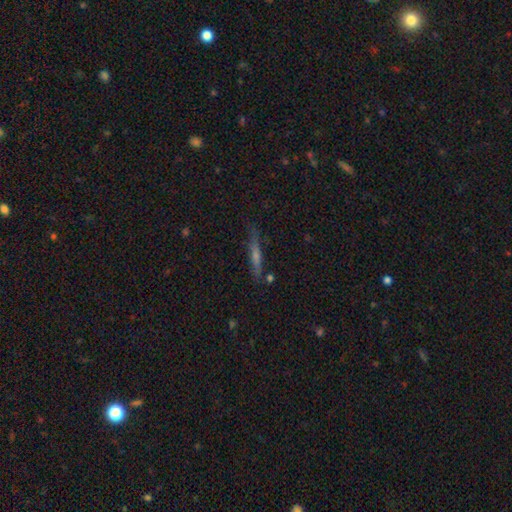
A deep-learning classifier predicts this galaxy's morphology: The model was most divided on "edge-on bulge": rounded: 55%, none: 34%, boxy: 11%. More confident: edge-on disk — yes (93%); merging — none (81%); smooth or featured — featured or disk (55%).